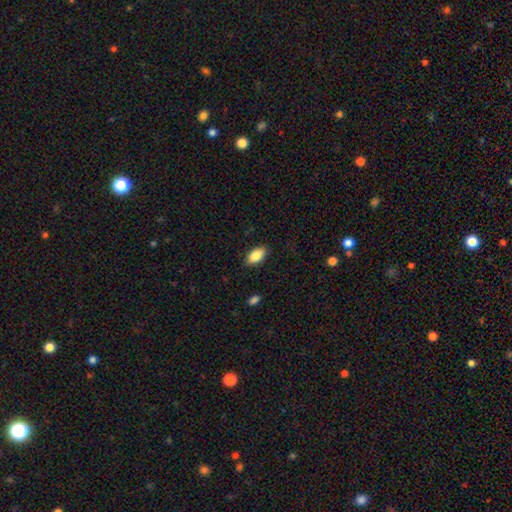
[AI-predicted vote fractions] smooth 86%, featured or disk 7%, star or artifact 7%. Down the decision tree: how rounded — in between (93%); merging — none (87%).